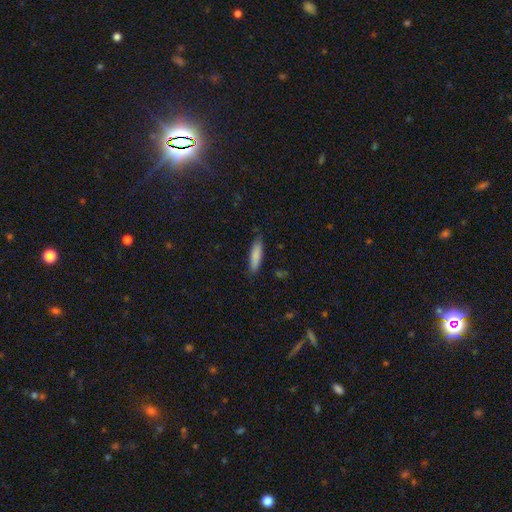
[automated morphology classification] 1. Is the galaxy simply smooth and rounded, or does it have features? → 84% smooth, 10% featured or disk, 6% star or artifact.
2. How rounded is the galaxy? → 69% cigar-shaped, 30% in between, 1% round.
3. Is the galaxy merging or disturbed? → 81% none, 16% minor disturbance, 3% major disturbance, 1% merger.